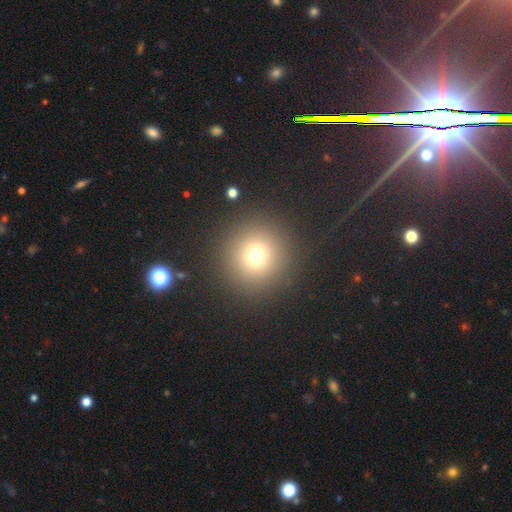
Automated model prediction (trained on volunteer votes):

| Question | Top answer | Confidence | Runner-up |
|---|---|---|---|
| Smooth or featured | smooth | 73% | star or artifact (18%) |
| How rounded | round | 95% | in between (4%) |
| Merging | none | 89% | minor disturbance (5%) |